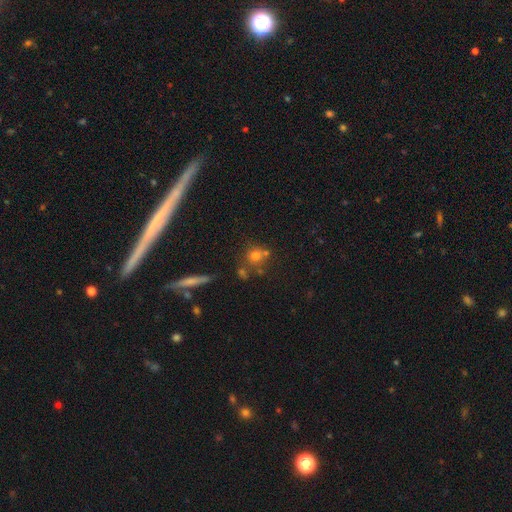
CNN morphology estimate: smooth-or-featured: smooth: 66% | star or artifact: 18% | featured or disk: 16%
  how-rounded: round: 84% | in between: 13% | cigar-shaped: 3%
  merging: none: 59% | merger: 25% | minor disturbance: 11% | major disturbance: 5%